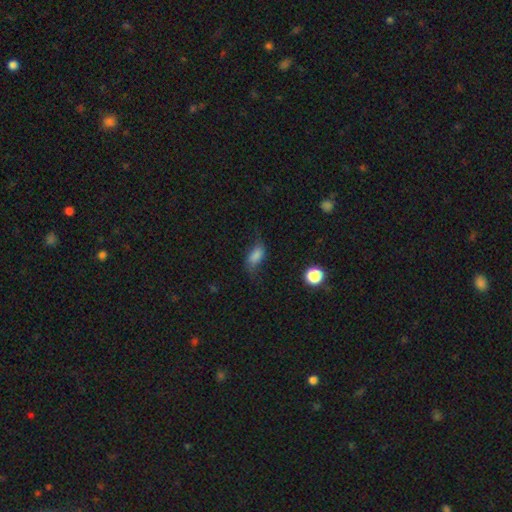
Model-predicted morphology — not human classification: This appears to be a smooth galaxy with no disk features (70%) that is in between round and cigar-shaped (85%). Merging: none (52%).